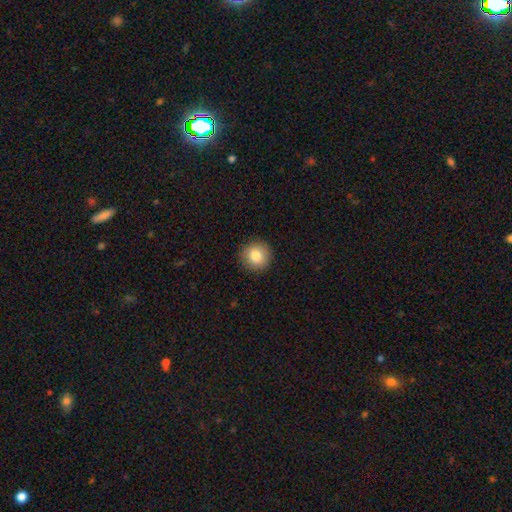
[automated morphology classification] A smooth galaxy with no disk features (82%) that is round (94%). Merging: none (91%).